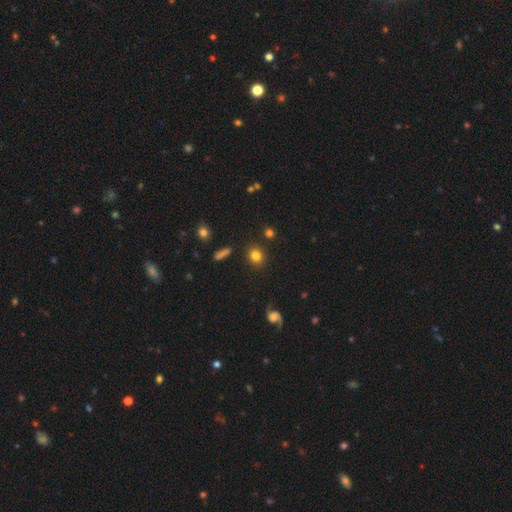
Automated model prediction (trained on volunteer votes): Q: Smooth or featured?
A: smooth (81%); runner-up: star or artifact (10%)
Q: How rounded?
A: round (79%); runner-up: in between (20%)
Q: Merging?
A: none (88%); runner-up: minor disturbance (7%)